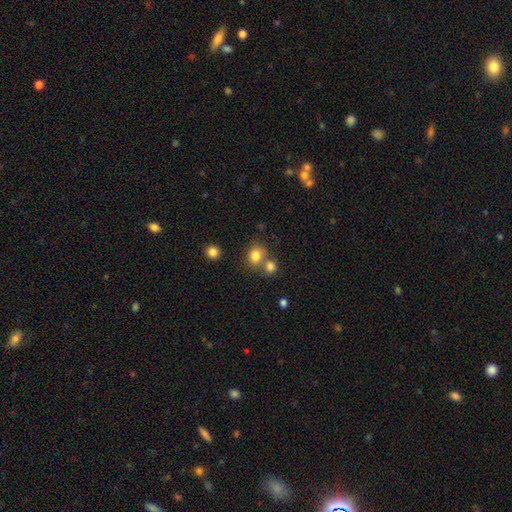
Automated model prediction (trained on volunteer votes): smooth_or_featured: smooth (p=0.81) [alt: star or artifact p=0.12]
how_rounded: round (p=0.67) [alt: in between p=0.32]
merging: none (p=0.54) [alt: merger p=0.33]